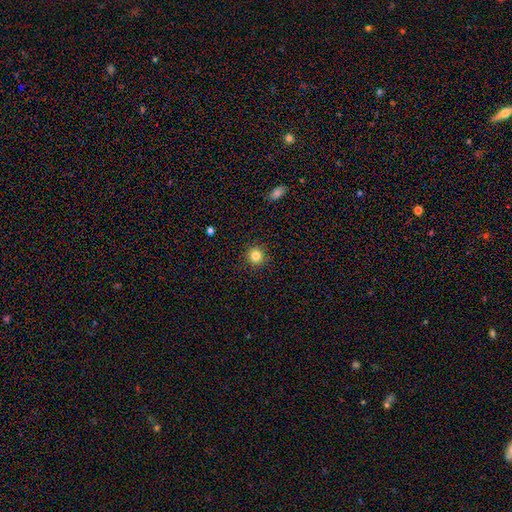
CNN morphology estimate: smooth-or-featured: smooth: 83% | star or artifact: 12% | featured or disk: 5%
  how-rounded: round: 93% | in between: 6% | cigar-shaped: 1%
  merging: none: 91% | minor disturbance: 6% | major disturbance: 2% | merger: 1%